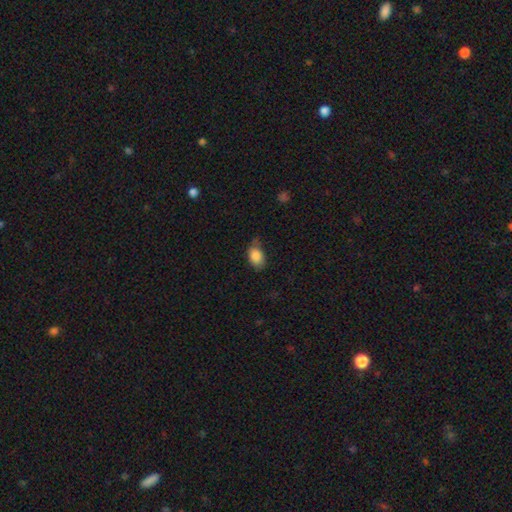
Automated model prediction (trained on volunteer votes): This is clearly a smooth galaxy (86%). How rounded: clearly in between (87%). Merging: likely none (64%).